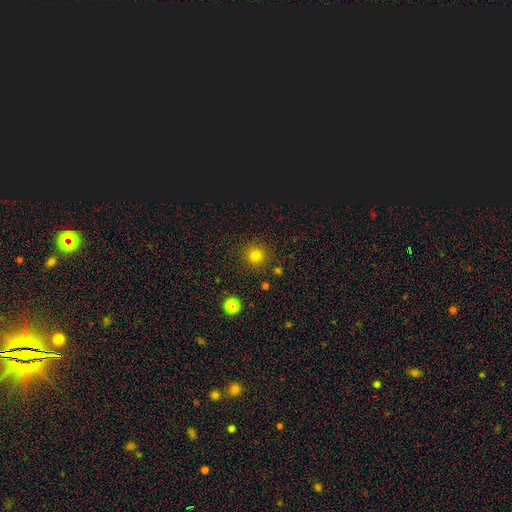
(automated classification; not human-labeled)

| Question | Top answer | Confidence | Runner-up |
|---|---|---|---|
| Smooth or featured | smooth | 78% | star or artifact (17%) |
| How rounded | round | 94% | in between (5%) |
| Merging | none | 88% | minor disturbance (7%) |